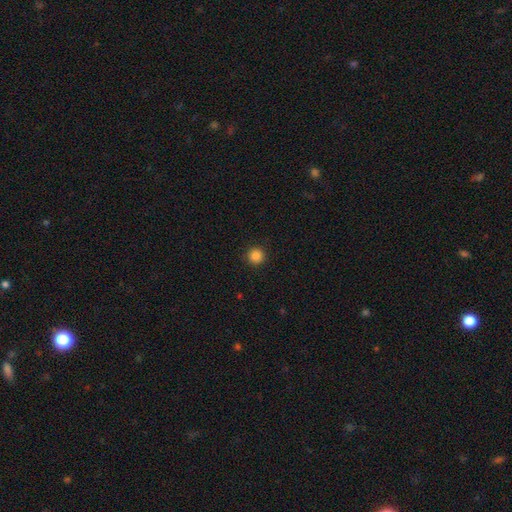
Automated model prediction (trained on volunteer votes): Overall: smooth (86%). How rounded: round (96%). Merging: none (92%).